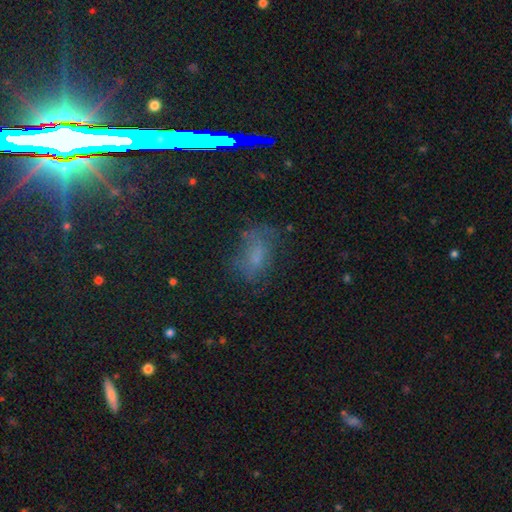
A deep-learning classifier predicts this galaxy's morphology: Smooth or featured? smooth (48%)
Merging? none (53%)